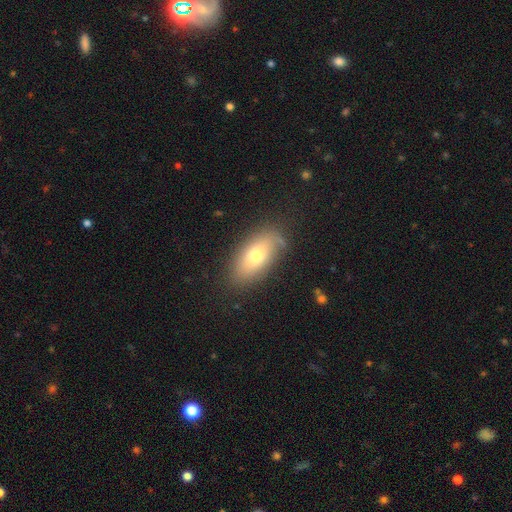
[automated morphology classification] Smooth or featured? smooth (69%)
How rounded? in between (88%)
Merging? none (78%)